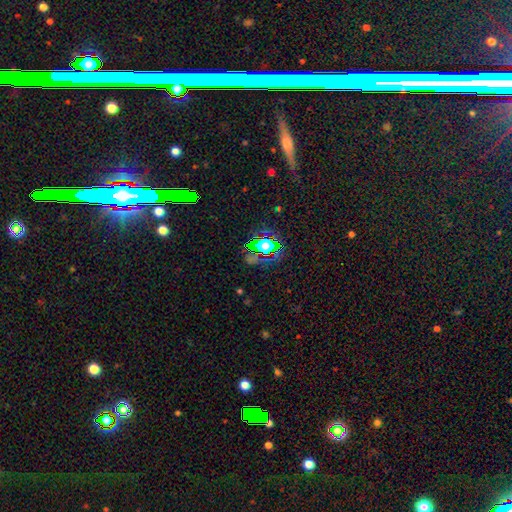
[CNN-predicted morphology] A star or artifact, not a galaxy (73%).